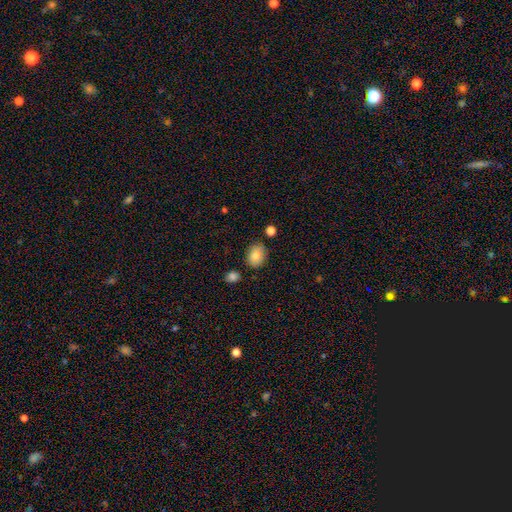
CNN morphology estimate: smooth_or_featured: smooth (p=0.83) [alt: featured or disk p=0.09]
how_rounded: in between (p=0.67) [alt: round p=0.32]
merging: none (p=0.82) [alt: minor disturbance p=0.12]